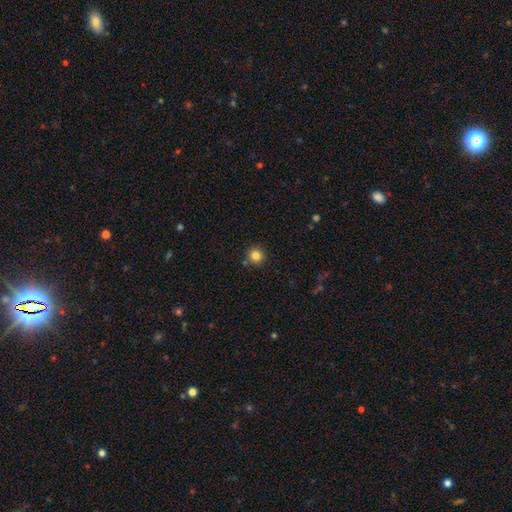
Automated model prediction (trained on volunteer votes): Smooth or featured?
  - smooth: 84% *
  - star or artifact: 11%
  - featured or disk: 5%
How rounded?
  - round: 94% *
  - in between: 5%
  - cigar-shaped: 1%
Merging?
  - none: 86% *
  - minor disturbance: 7%
  - merger: 5%
  - major disturbance: 2%